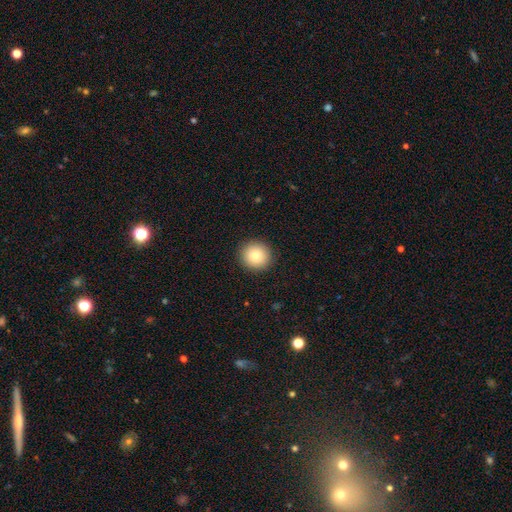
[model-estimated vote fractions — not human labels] Smooth or featured: smooth — 83% (star or artifact — 9%)
How rounded: round — 94% (in between — 5%)
Merging: none — 92% (minor disturbance — 5%)